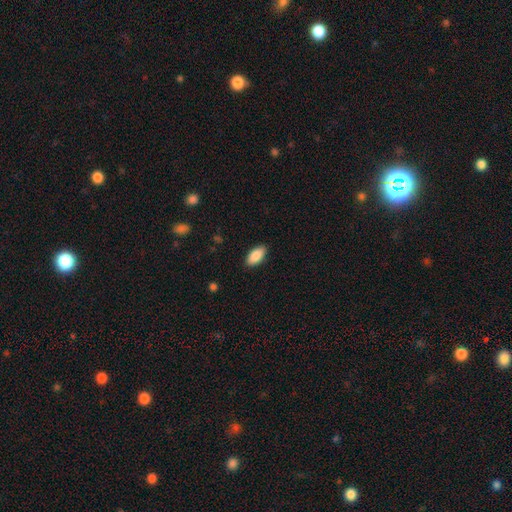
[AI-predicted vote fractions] smooth 88%, star or artifact 6%, featured or disk 6%. Down the decision tree: how rounded — in between (93%); merging — none (88%).